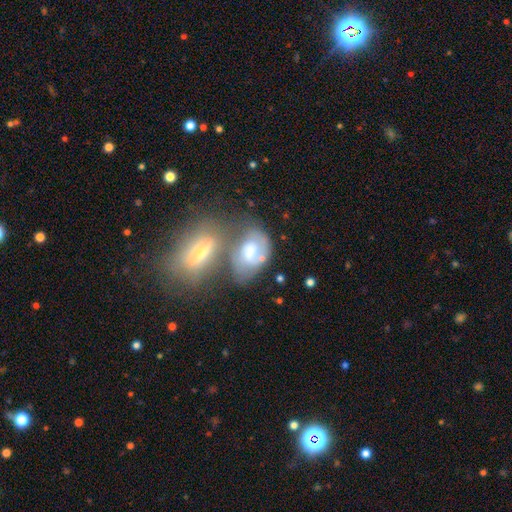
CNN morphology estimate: type=featured or disk (50%); edge-on=no (93%); merging=merger (41%).